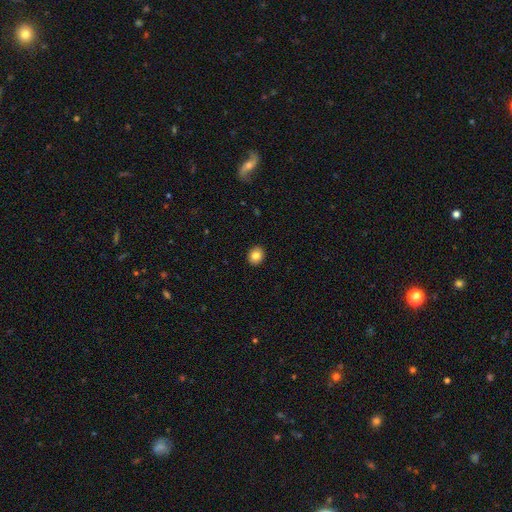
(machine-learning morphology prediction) This appears to be a smooth galaxy with no disk features (83%) that is round (68%). Merging: none (92%).